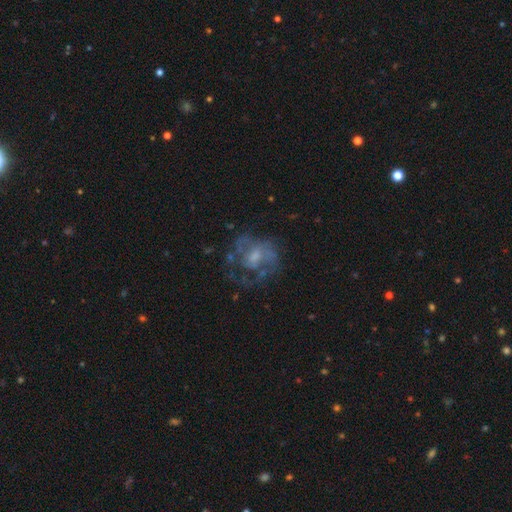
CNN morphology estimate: smooth_or_featured: featured or disk (p=0.71) [alt: smooth p=0.19]
disk_edge_on: no (p=0.97) [alt: yes p=0.03]
bar: no (p=0.61) [alt: weak p=0.33]
has_spiral_arms: yes (p=0.63) [alt: no p=0.37]
bulge_size: moderate (p=0.43) [alt: small p=0.33]
merging: none (p=0.49) [alt: major disturbance p=0.29]